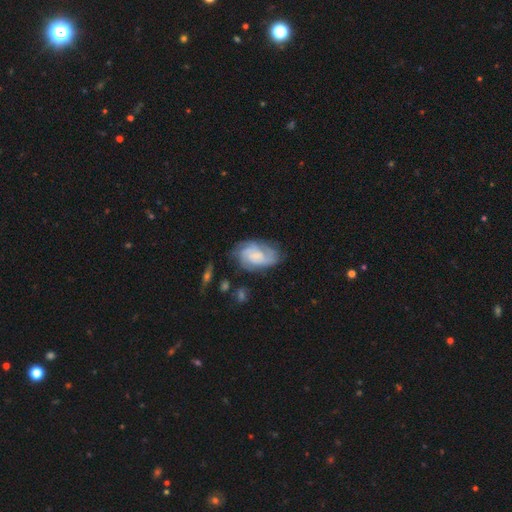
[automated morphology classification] type=featured or disk (70%); edge-on=no (97%); bar=no (62%); spiral arms=yes (91%); winding=tight (51%); arm count=can't tell (35%); bulge=small (50%); merging=none (60%).